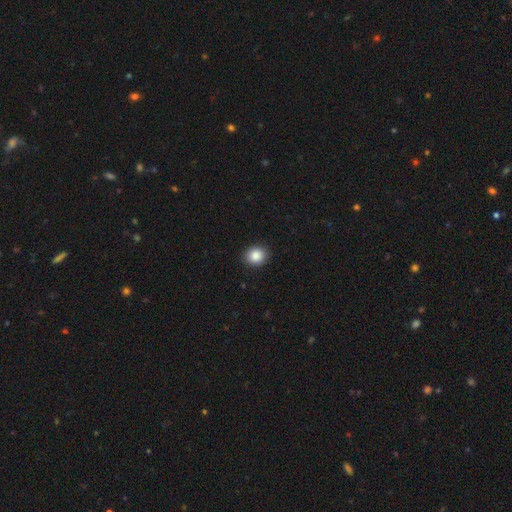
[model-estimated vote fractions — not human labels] Smooth or featured? Predicted: smooth (p=0.87). How rounded? Predicted: round (p=0.75). Merging? Predicted: none (p=0.91).